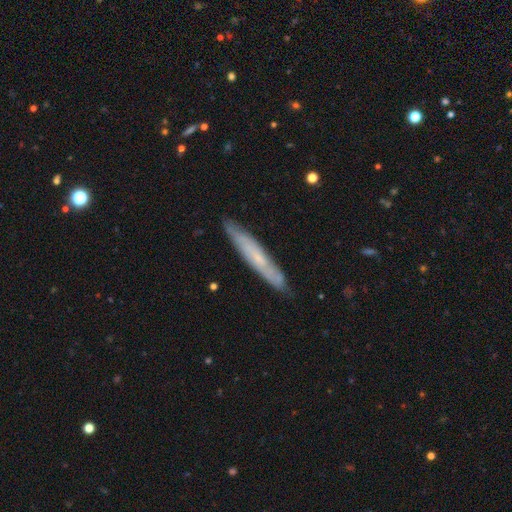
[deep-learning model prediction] Smooth or featured? Predicted: featured or disk (p=0.51). Edge-on disk? Predicted: yes (p=0.74). Merging? Predicted: none (p=0.86).